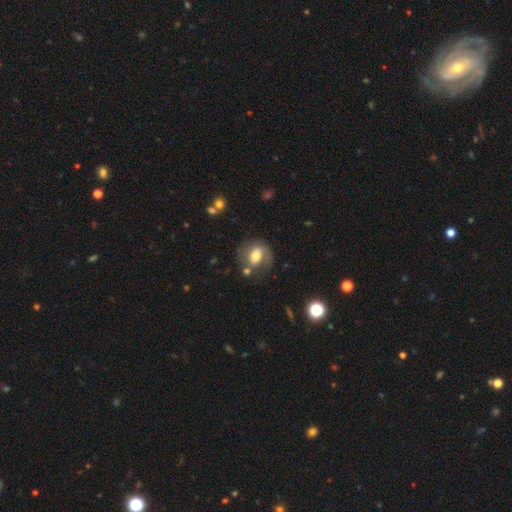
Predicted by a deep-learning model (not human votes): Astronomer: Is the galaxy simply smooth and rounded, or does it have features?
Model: smooth — 50% (runner-up: featured or disk, 42%).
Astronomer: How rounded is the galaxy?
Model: in between — 57% (runner-up: round, 42%).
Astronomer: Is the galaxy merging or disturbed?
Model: none — 60%.